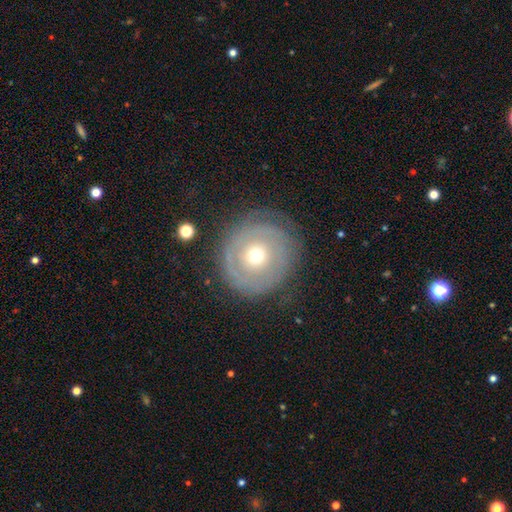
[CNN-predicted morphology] featured or disk 65%, smooth 27%, star or artifact 7%. Down the decision tree: edge-on disk — no (96%); bar — no (85%); spiral arms — yes (70%); bulge size — moderate (58%); merging — none (77%).